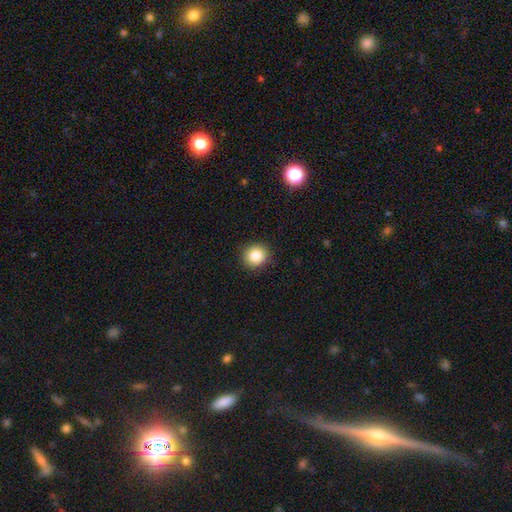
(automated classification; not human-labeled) smooth 84%, star or artifact 10%, featured or disk 6%. Down the decision tree: how rounded — round (86%); merging — none (90%).